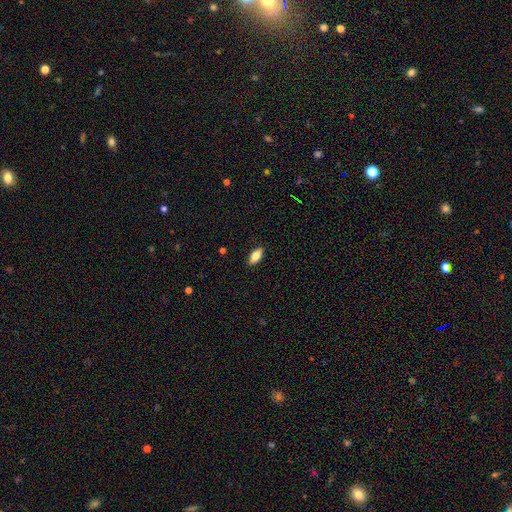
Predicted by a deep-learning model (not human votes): This appears to be a smooth galaxy with no disk features (75%) that is in between round and cigar-shaped (83%). Merging: none (89%).